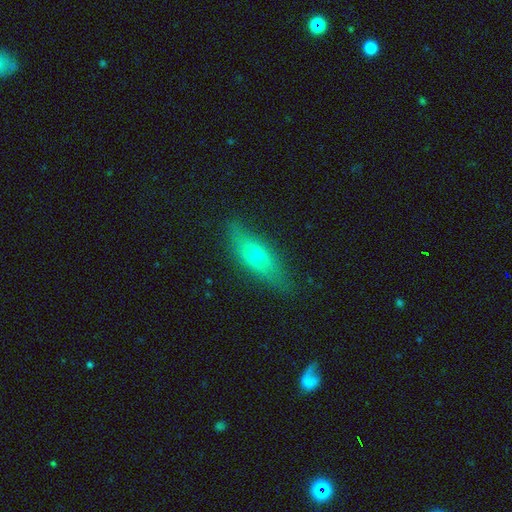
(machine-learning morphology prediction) Smooth or featured?
  - smooth: 46% *
  - featured or disk: 44%
  - star or artifact: 9%
Merging?
  - none: 82% *
  - minor disturbance: 13%
  - major disturbance: 3%
  - merger: 1%